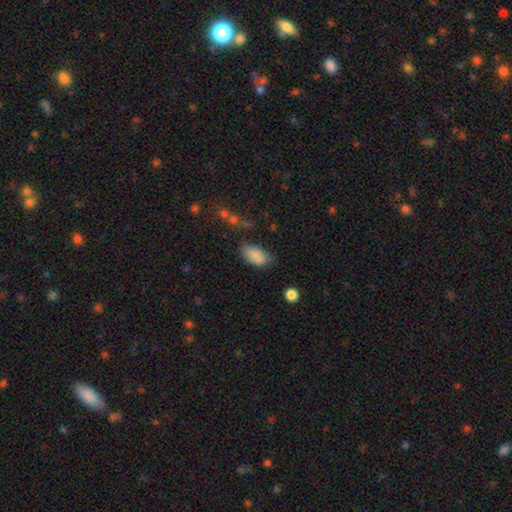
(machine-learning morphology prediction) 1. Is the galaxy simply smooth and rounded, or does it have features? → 85% smooth, 8% star or artifact, 7% featured or disk.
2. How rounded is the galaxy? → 92% in between, 4% round, 4% cigar-shaped.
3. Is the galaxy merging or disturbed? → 60% none, 27% minor disturbance, 8% major disturbance, 5% merger.